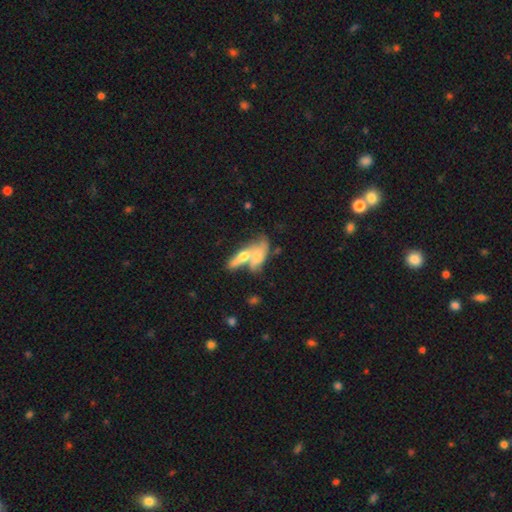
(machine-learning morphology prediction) smooth 53%, featured or disk 39%, star or artifact 8%. Down the decision tree: how rounded — in between (65%); merging — merger (58%).